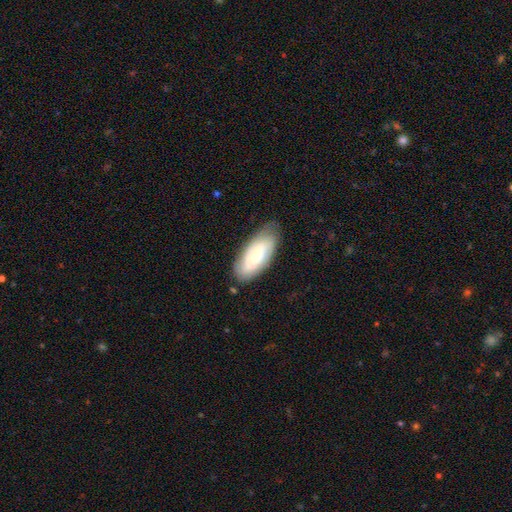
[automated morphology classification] smooth 54%, featured or disk 40%, star or artifact 6%. Down the decision tree: how rounded — in between (87%); merging — none (72%).